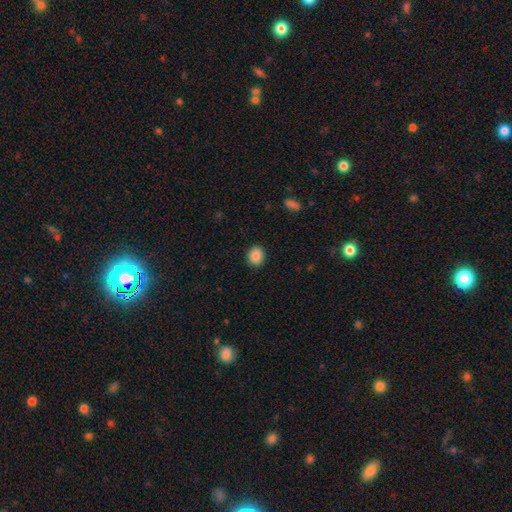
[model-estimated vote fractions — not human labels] smooth-or-featured: smooth: 87% | star or artifact: 9% | featured or disk: 4%
  how-rounded: round: 60% | in between: 39% | cigar-shaped: 1%
  merging: none: 90% | minor disturbance: 7% | major disturbance: 2% | merger: 1%